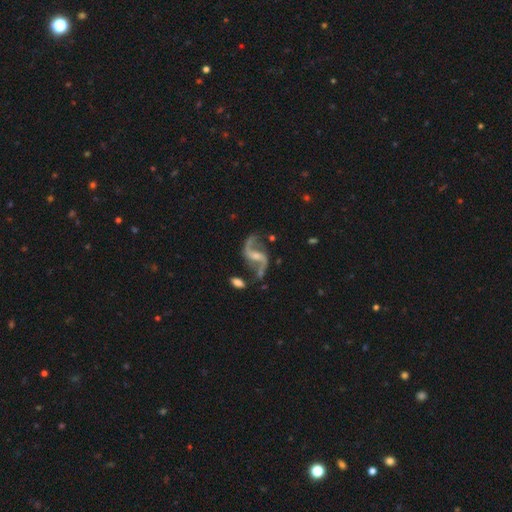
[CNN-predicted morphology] A featured or disk galaxy (91%) with a weak bar (45%), 2 (93%) loose (75%) spiral arms (97%) and a small central bulge (46%). Merging: none (67%).